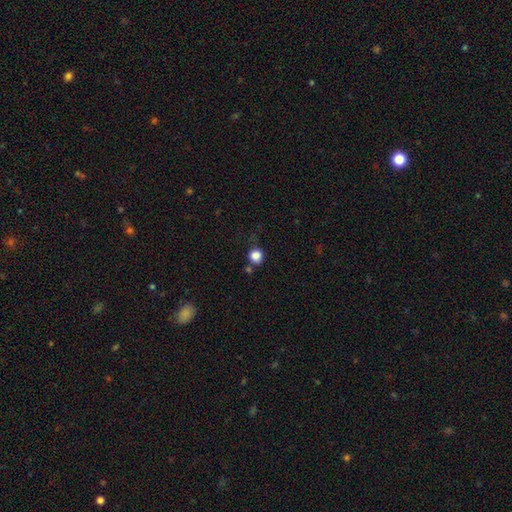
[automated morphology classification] A smooth galaxy with no disk features (84%) that is round (87%). Merging: none (67%).